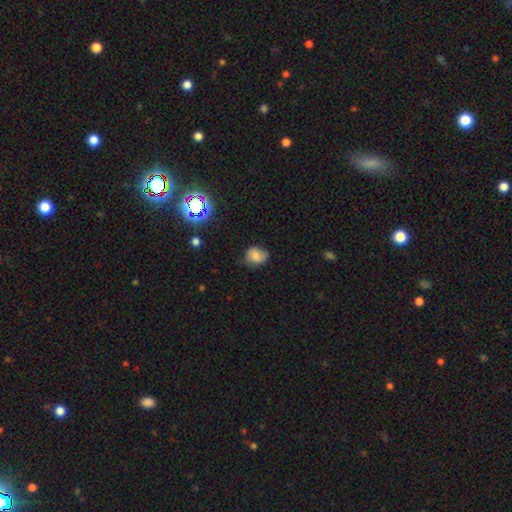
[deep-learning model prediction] This appears to be a smooth galaxy with no disk features (71%) that is round (56%). Merging: none (60%).